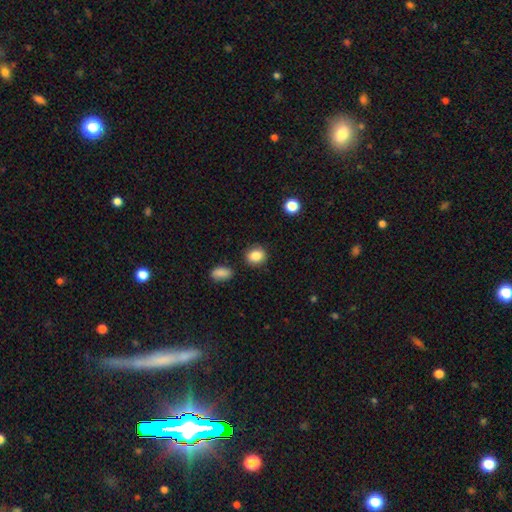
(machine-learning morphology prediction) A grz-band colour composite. It shows a smooth galaxy with no disk features (86%) that is round (62%). Merging: none (85%).